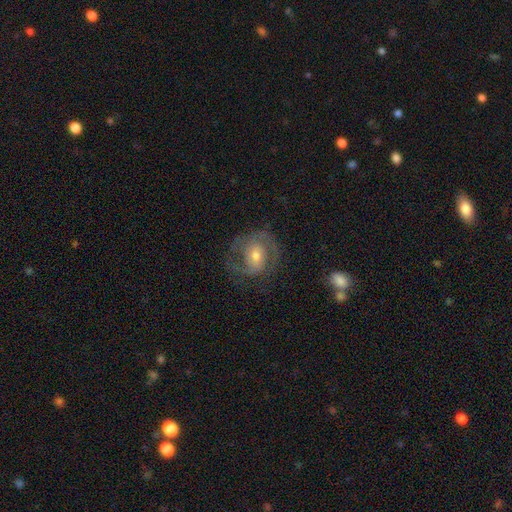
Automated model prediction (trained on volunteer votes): smooth_or_featured: featured or disk (p=0.76) [alt: smooth p=0.17]
disk_edge_on: no (p=0.97) [alt: yes p=0.03]
bar: no (p=0.46) [alt: weak p=0.39]
has_spiral_arms: yes (p=0.90) [alt: no p=0.10]
spiral_winding: medium (p=0.50) [alt: tight p=0.33]
spiral_arm_count: 2 (p=0.79) [alt: can't tell p=0.10]
bulge_size: moderate (p=0.56) [alt: small p=0.36]
merging: none (p=0.67) [alt: minor disturbance p=0.17]